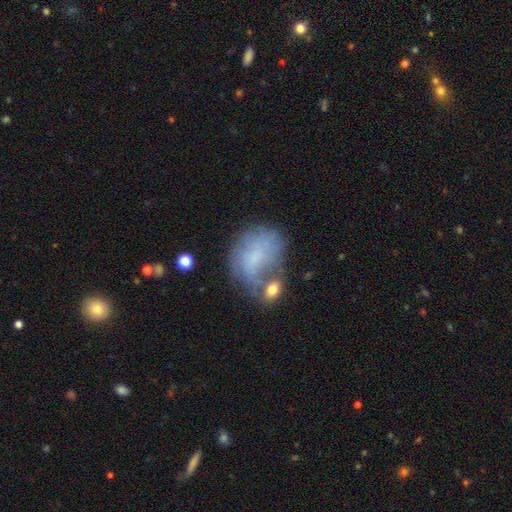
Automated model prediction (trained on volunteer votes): This appears to be a smooth galaxy with no disk features (53%) that is in between round and cigar-shaped (60%). Merging: none (34%).